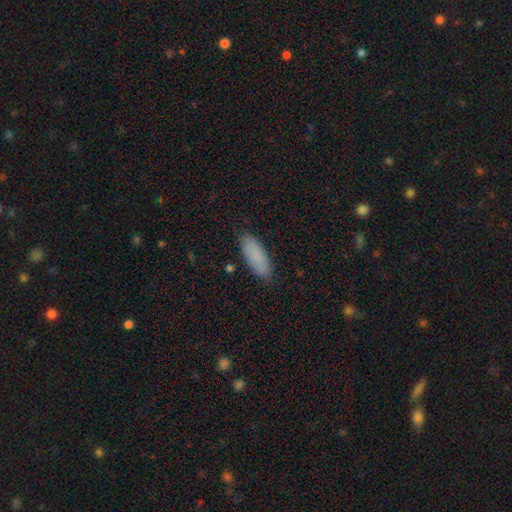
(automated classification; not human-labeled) smooth-or-featured: smooth: 86% | featured or disk: 7% | star or artifact: 6%
  how-rounded: in between: 70% | cigar-shaped: 28% | round: 2%
  merging: none: 85% | minor disturbance: 12% | major disturbance: 2% | merger: 1%